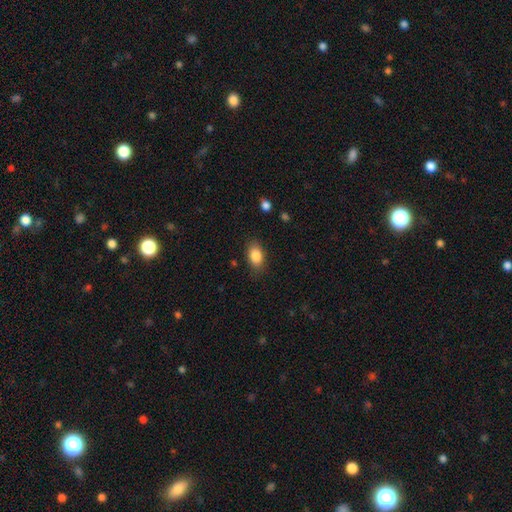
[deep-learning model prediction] Overall: smooth (86%). How rounded: in between (88%). Merging: none (82%).